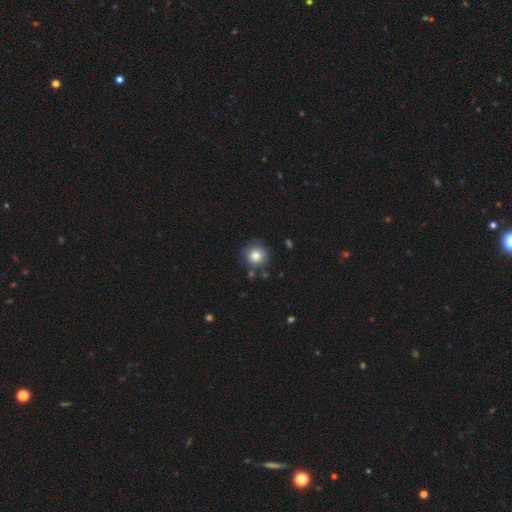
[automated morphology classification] type=smooth (83%); roundness=round (93%); merging=none (81%).